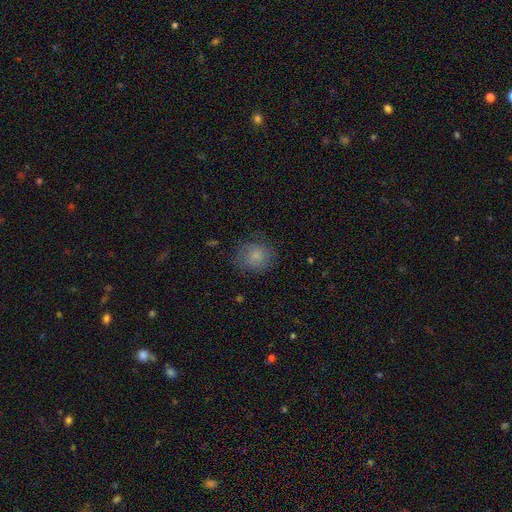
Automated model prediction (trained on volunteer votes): Q: Smooth or featured?
A: smooth (71%); runner-up: featured or disk (19%)
Q: How rounded?
A: round (78%); runner-up: in between (21%)
Q: Merging?
A: none (72%); runner-up: minor disturbance (19%)